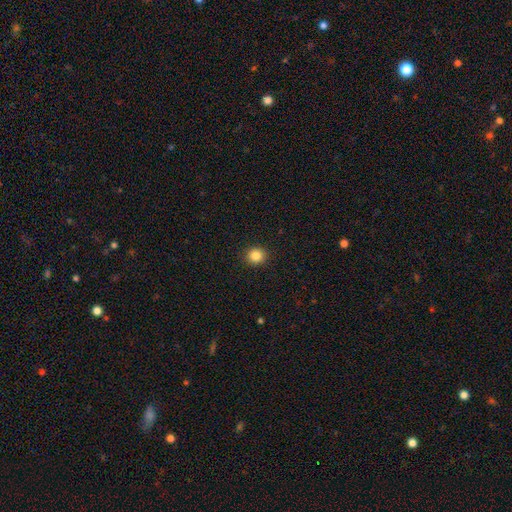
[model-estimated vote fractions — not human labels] Smooth or featured: smooth — 85% (star or artifact — 11%)
How rounded: round — 89% (in between — 10%)
Merging: none — 92% (minor disturbance — 5%)